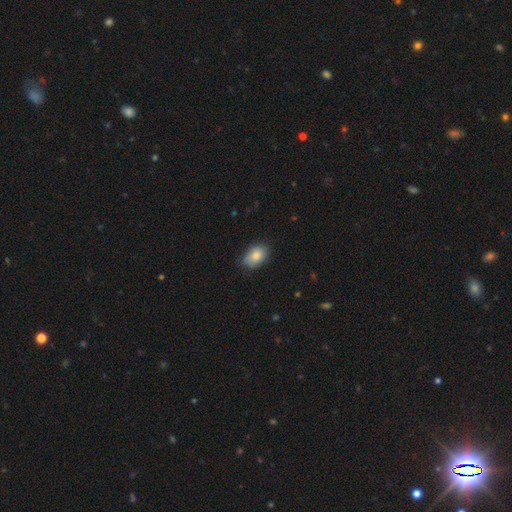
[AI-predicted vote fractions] This is clearly a smooth galaxy (82%). How rounded: clearly in between (82%). Merging: likely none (67%).